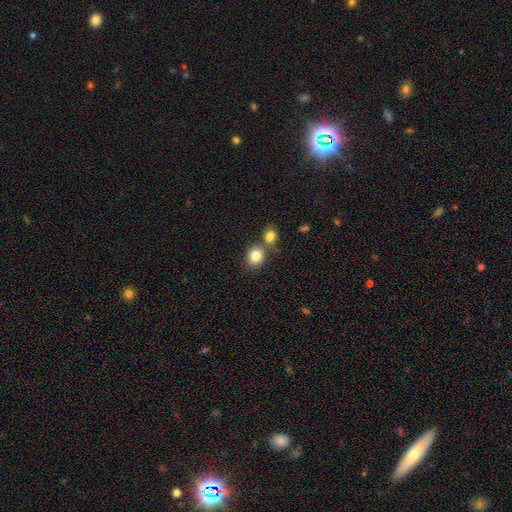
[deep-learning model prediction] Morphology: type=smooth (83%); roundness=round (69%); merging=none (58%).